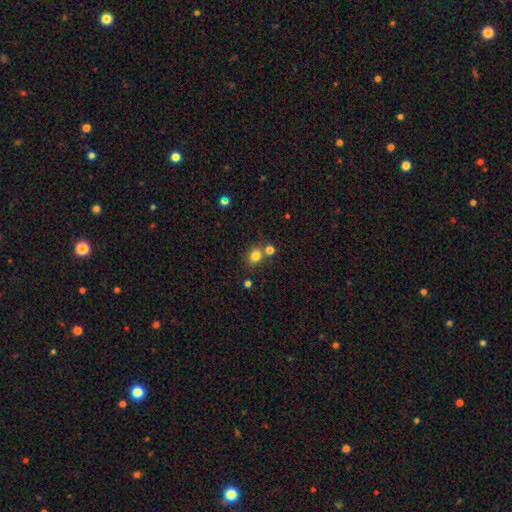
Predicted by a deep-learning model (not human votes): Morphology: type=smooth (80%); roundness=round (72%); merging=none (67%).